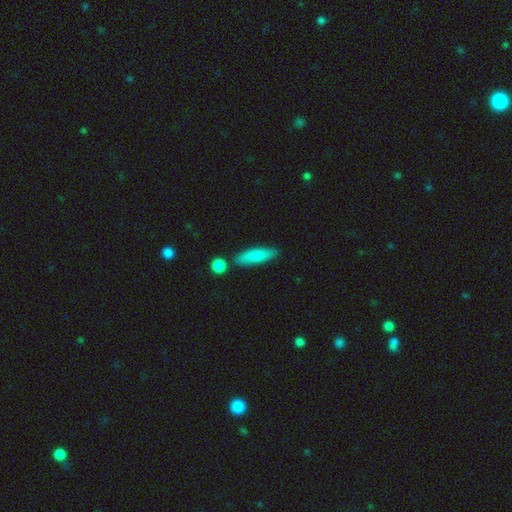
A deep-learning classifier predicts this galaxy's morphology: smooth 82%, featured or disk 12%, star or artifact 6%. Down the decision tree: how rounded — cigar-shaped (58%); merging — none (75%).